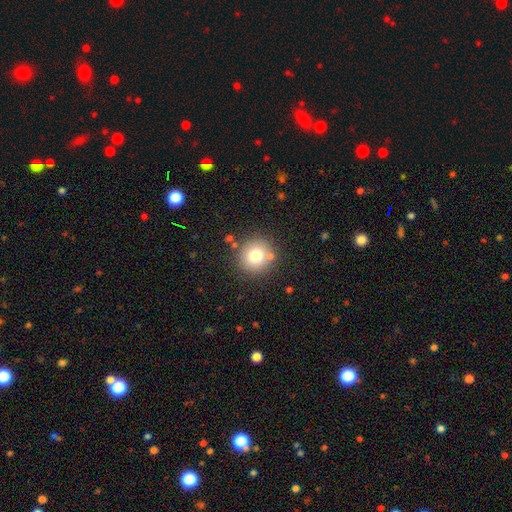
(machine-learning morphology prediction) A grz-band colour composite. It shows a smooth galaxy with no disk features (75%) that is round (93%). Merging: none (82%).